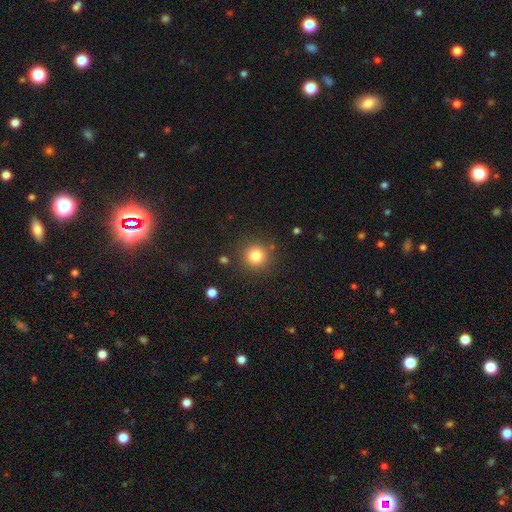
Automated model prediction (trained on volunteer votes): smooth-or-featured: smooth: 82% | star or artifact: 12% | featured or disk: 6%
  how-rounded: round: 94% | in between: 5% | cigar-shaped: 1%
  merging: none: 86% | minor disturbance: 8% | merger: 3% | major disturbance: 3%